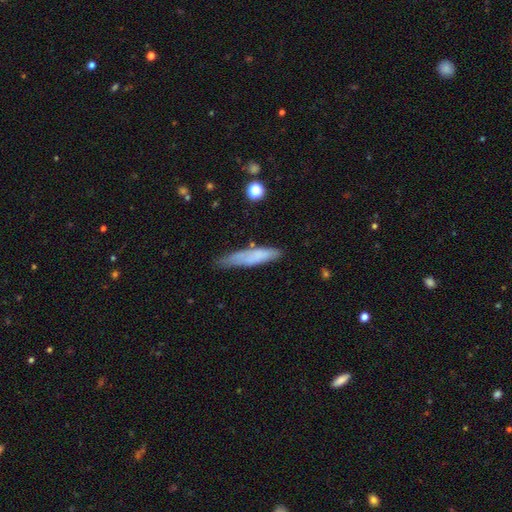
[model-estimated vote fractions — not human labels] Smooth or featured? smooth (67%)
How rounded? cigar-shaped (84%)
Merging? none (64%)